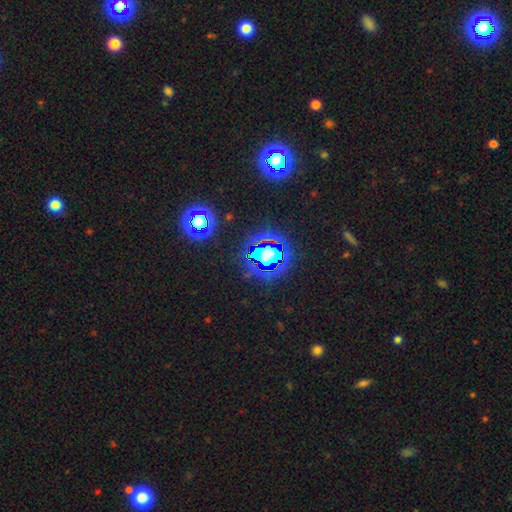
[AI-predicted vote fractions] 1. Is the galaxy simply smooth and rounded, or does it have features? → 80% star or artifact, 13% smooth, 7% featured or disk.